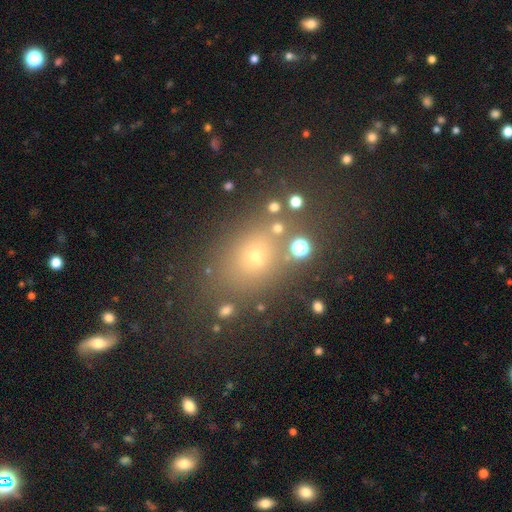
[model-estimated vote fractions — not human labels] smooth 56%, star or artifact 28%, featured or disk 15%. Down the decision tree: how rounded — in between (59%); merging — none (69%).